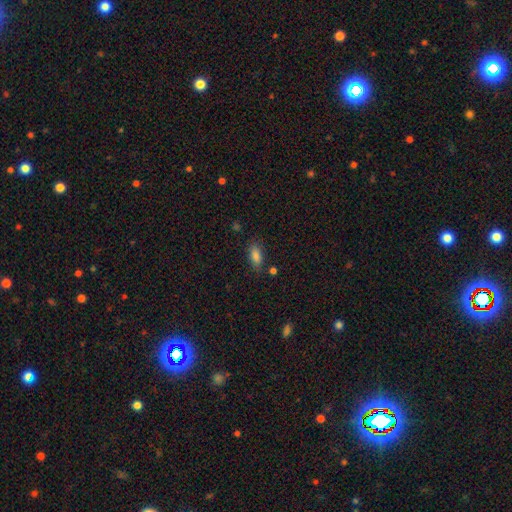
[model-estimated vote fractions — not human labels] The model was most divided on "merging": none: 79%, minor disturbance: 14%, major disturbance: 4%, merger: 3%. More confident: smooth or featured — smooth (83%); how rounded — in between (82%).